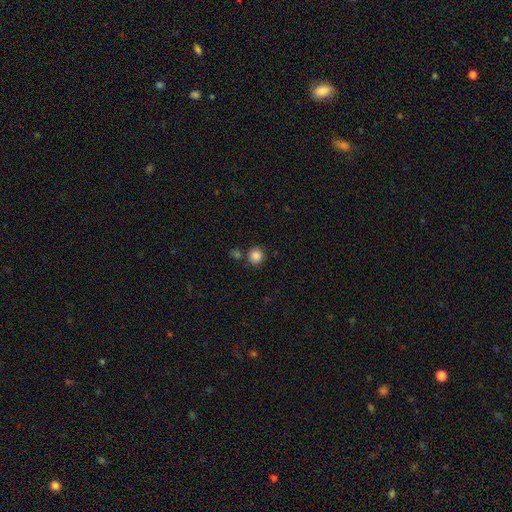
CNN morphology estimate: smooth_or_featured: smooth (p=0.85) [alt: star or artifact p=0.10]
how_rounded: round (p=0.92) [alt: in between p=0.07]
merging: none (p=0.80) [alt: merger p=0.09]